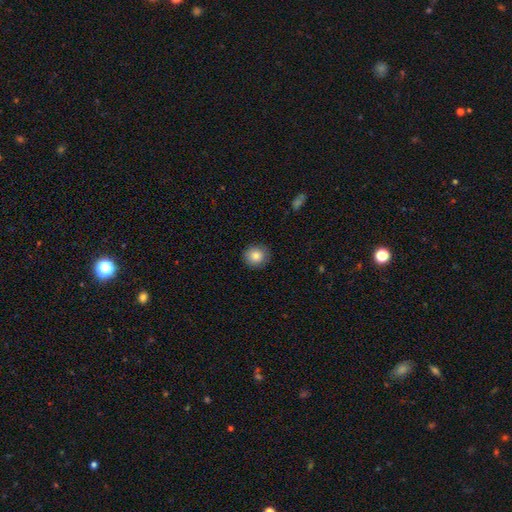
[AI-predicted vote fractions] smooth-or-featured: smooth: 82% | star or artifact: 9% | featured or disk: 9%
  how-rounded: round: 88% | in between: 11% | cigar-shaped: 1%
  merging: none: 88% | minor disturbance: 9% | major disturbance: 2% | merger: 1%